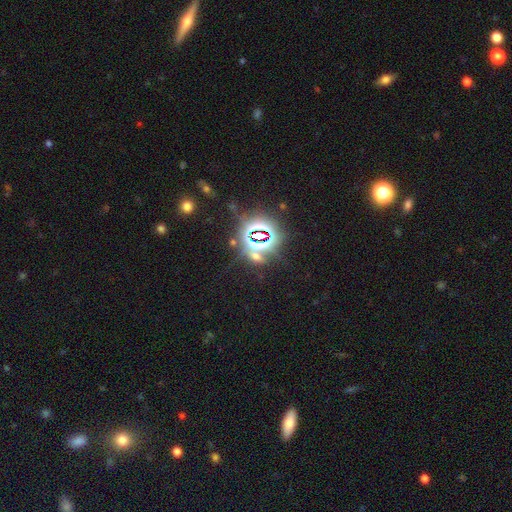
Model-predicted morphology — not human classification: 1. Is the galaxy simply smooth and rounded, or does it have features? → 72% star or artifact, 19% smooth, 9% featured or disk.